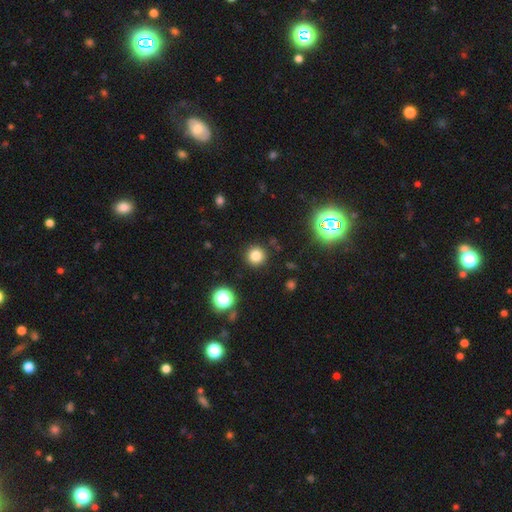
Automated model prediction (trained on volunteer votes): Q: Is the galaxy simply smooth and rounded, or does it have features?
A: smooth — 78%.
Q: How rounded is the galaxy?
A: round — 94%.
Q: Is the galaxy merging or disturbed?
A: none — 90%.